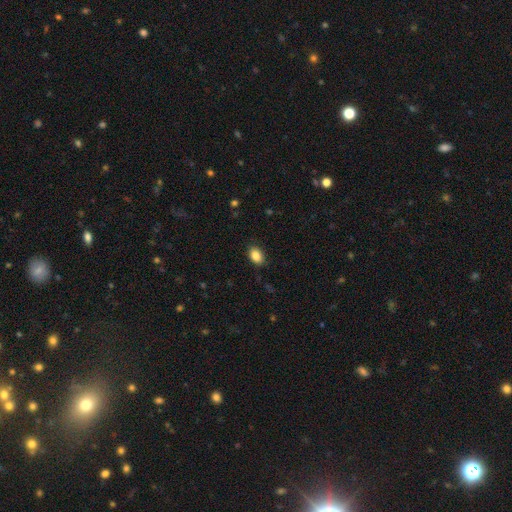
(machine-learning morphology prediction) Smooth or featured? Predicted: smooth (p=0.87). How rounded? Predicted: in between (p=0.82). Merging? Predicted: none (p=0.87).